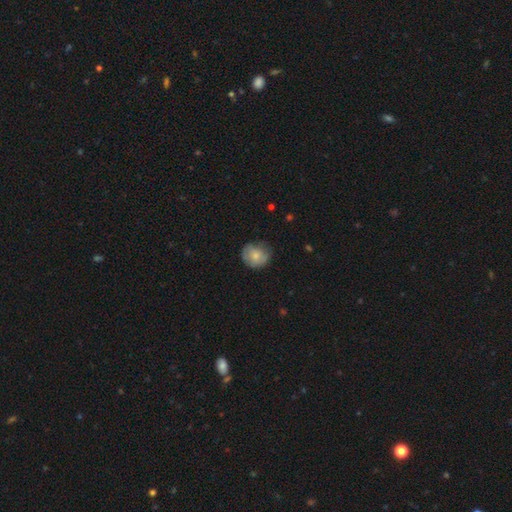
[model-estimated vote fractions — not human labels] A smooth galaxy with no disk features (70%) that is round (79%). Merging: none (63%).